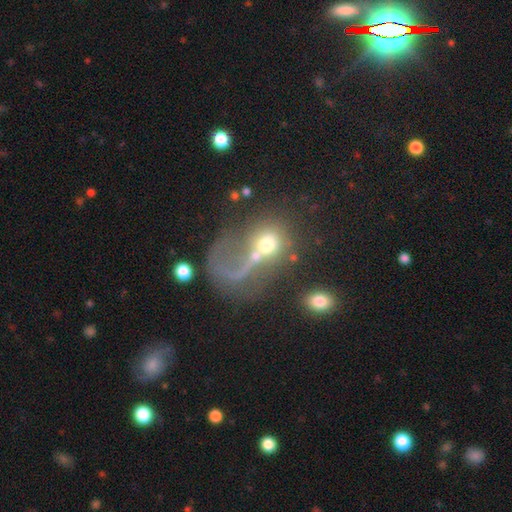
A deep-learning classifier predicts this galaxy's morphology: A featured or disk galaxy (45%). Merging: major disturbance (38%).